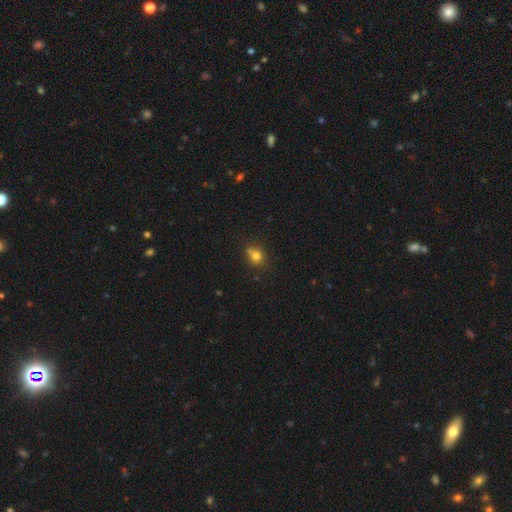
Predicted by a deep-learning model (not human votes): smooth 76%, star or artifact 14%, featured or disk 10%. Down the decision tree: how rounded — round (74%); merging — none (56%).